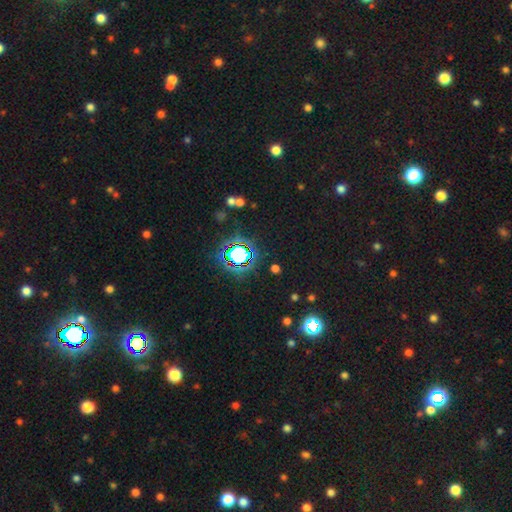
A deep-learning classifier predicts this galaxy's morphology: Smooth or featured: star or artifact — 79% (smooth — 13%)